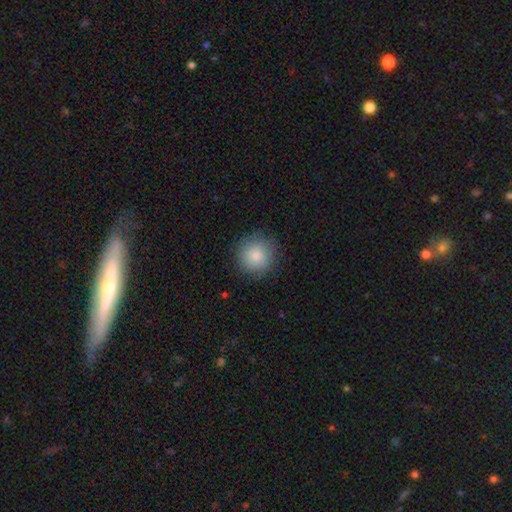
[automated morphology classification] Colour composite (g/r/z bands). It shows a smooth galaxy with no disk features (86%) that is round (94%). Merging: none (87%).